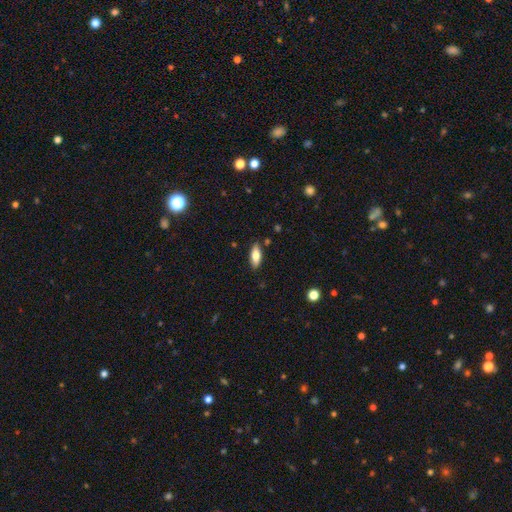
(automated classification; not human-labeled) This is likely a smooth galaxy (78%). How rounded: likely in between (77%). Merging: clearly none (86%).